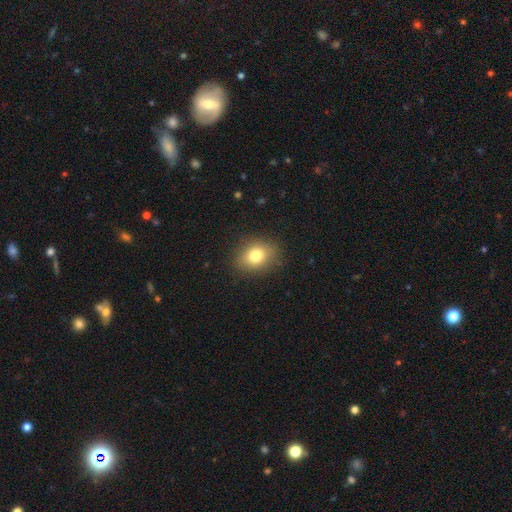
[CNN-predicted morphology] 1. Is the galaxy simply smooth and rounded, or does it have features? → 79% smooth, 11% star or artifact, 10% featured or disk.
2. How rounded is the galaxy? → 56% in between, 43% round, 1% cigar-shaped.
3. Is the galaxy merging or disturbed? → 86% none, 10% minor disturbance, 3% major disturbance, 1% merger.